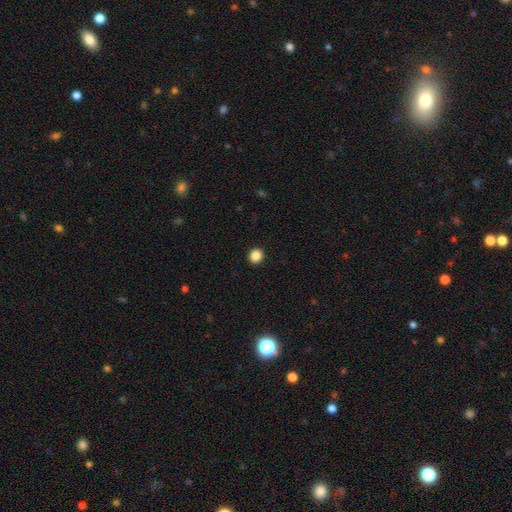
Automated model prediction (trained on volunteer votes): smooth 86%, star or artifact 10%, featured or disk 3%. Down the decision tree: how rounded — round (86%); merging — none (93%).